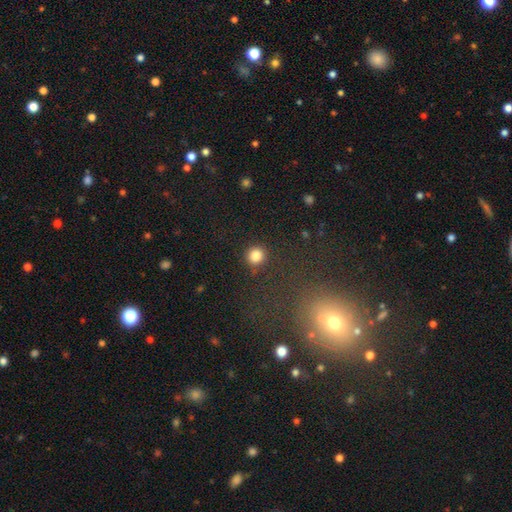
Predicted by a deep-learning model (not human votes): Overall: smooth (84%). How rounded: round (93%). Merging: none (88%).